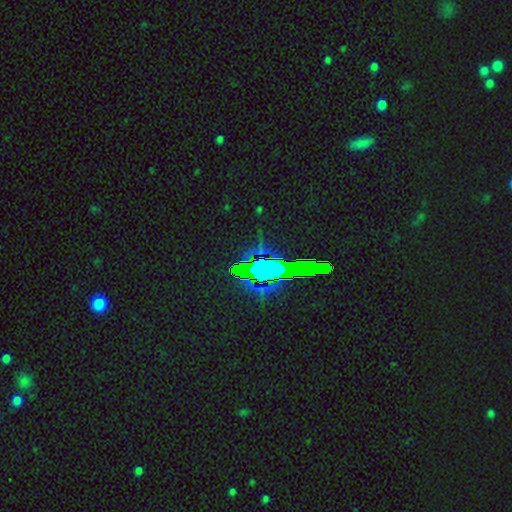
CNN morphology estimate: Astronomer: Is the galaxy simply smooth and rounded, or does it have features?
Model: star or artifact — 80%.